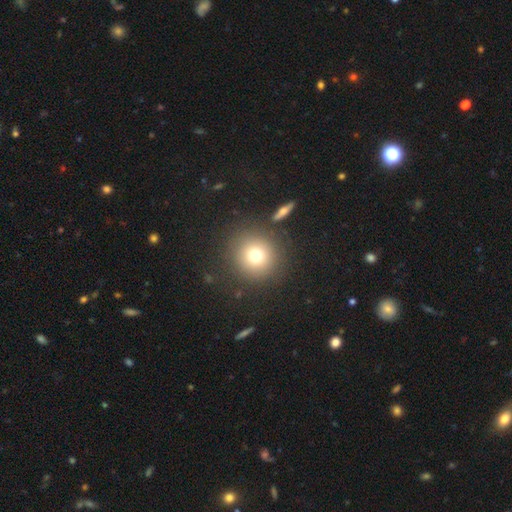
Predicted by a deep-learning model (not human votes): A smooth galaxy with no disk features (74%) that is round (93%). Merging: none (85%).